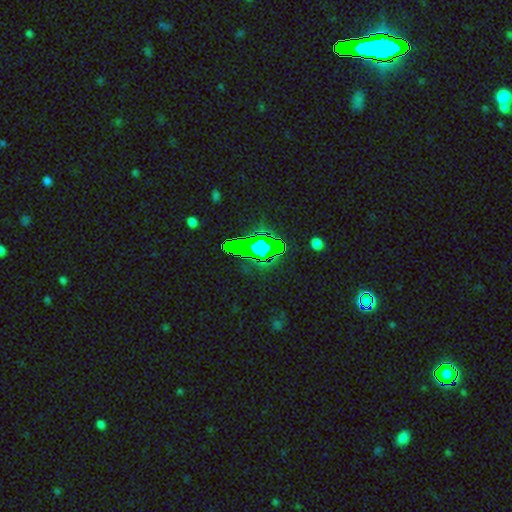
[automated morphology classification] type=star or artifact (74%).